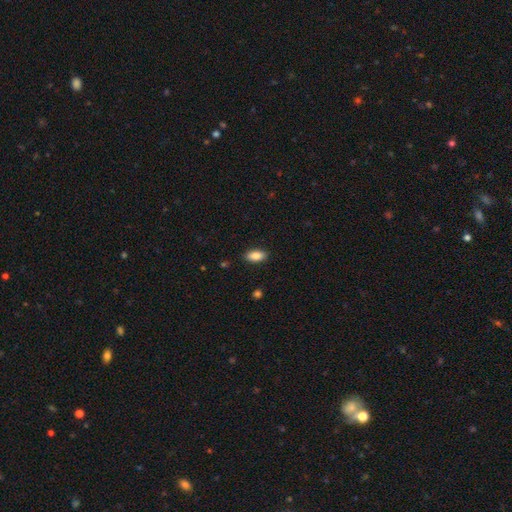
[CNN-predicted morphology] smooth-or-featured: smooth: 86% | star or artifact: 7% | featured or disk: 7%
  how-rounded: in between: 90% | cigar-shaped: 7% | round: 3%
  merging: none: 89% | minor disturbance: 8% | major disturbance: 2% | merger: 1%